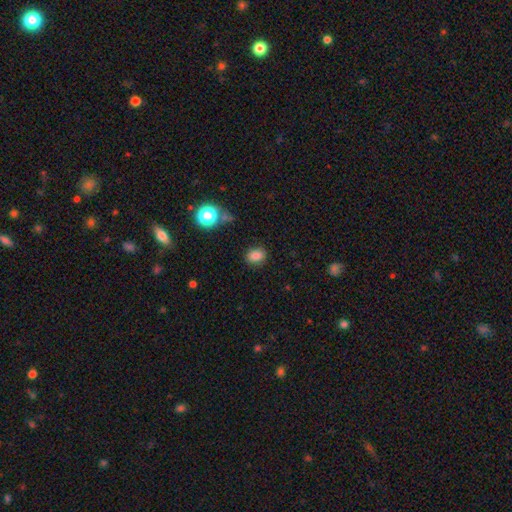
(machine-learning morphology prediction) A smooth galaxy with no disk features (81%) that is in between round and cigar-shaped (54%).

Vote fractions:
- Smooth or featured? smooth: 81% / star or artifact: 13% / featured or disk: 6%
- How rounded? in between: 54% / round: 45% / cigar-shaped: 1%
- Merging? none: 84% / minor disturbance: 11% / major disturbance: 3% / merger: 2%